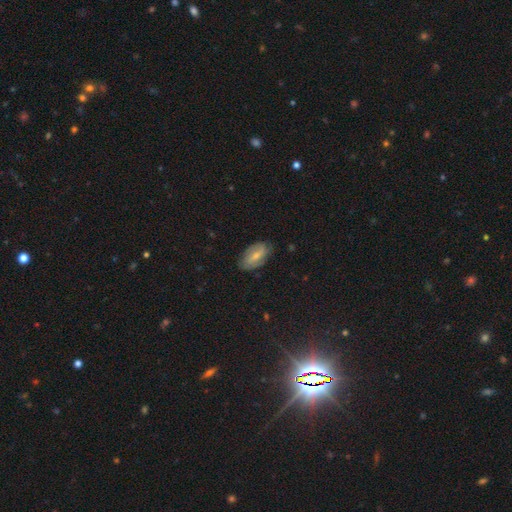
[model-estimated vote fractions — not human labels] Smooth or featured? featured or disk (51%)
Edge-on disk? no (92%)
Merging? none (76%)